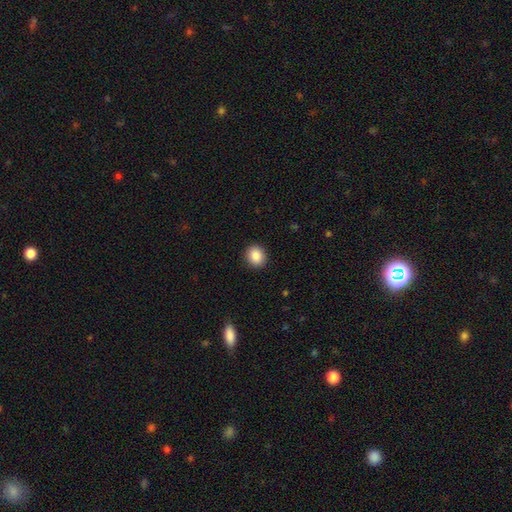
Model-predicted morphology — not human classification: This appears to be a smooth galaxy with no disk features (87%) that is round (81%). Merging: none (91%).